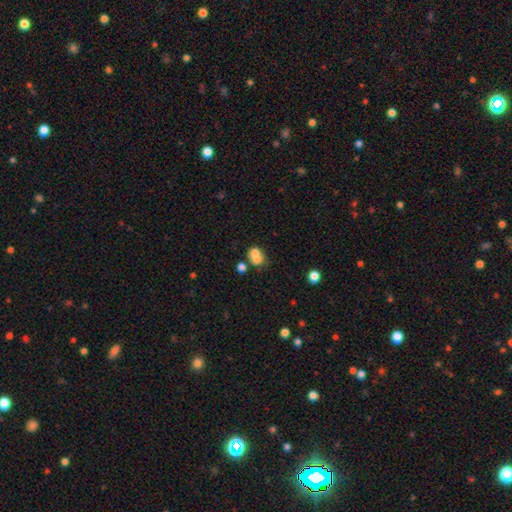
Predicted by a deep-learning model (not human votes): Q: Smooth or featured?
A: smooth (68%); runner-up: featured or disk (20%)
Q: How rounded?
A: round (57%); runner-up: in between (42%)
Q: Merging?
A: merger (60%); runner-up: none (26%)